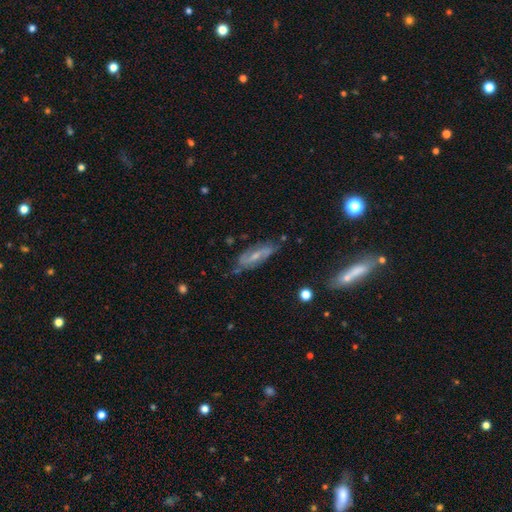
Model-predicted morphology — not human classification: Overall: featured or disk (71%). Edge-on disk: no (83%). Bar: weak (44%; no 30%). Spiral arms: yes (86%). Spiral arm count: 2 (80%). Spiral winding: medium (42%; loose 29%). Bulge size: small (55%; moderate 37%). Merging: none (71%).